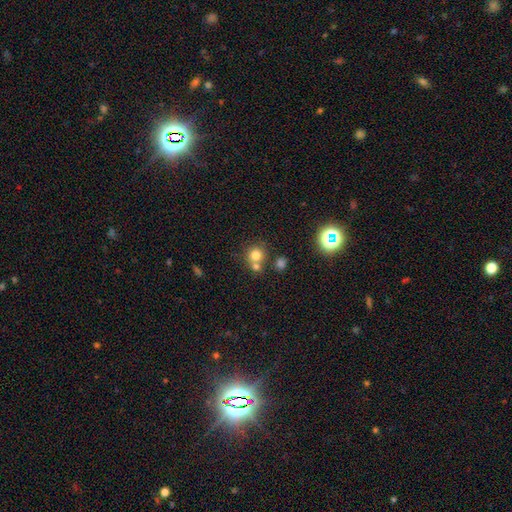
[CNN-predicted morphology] Overall: smooth (75%). How rounded: round (88%). Merging: none (53%; merger 36%).